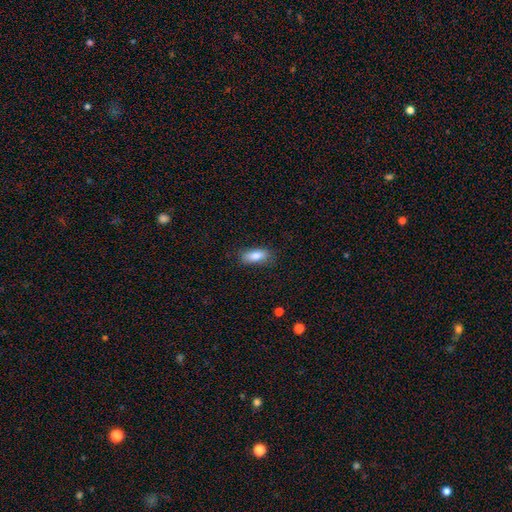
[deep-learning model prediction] A smooth galaxy with no disk features (84%) that is in between round and cigar-shaped (81%).

Vote fractions:
- Smooth or featured? smooth: 84% / featured or disk: 9% / star or artifact: 7%
- How rounded? in between: 81% / cigar-shaped: 16% / round: 3%
- Merging? none: 81% / minor disturbance: 15% / major disturbance: 4% / merger: 1%